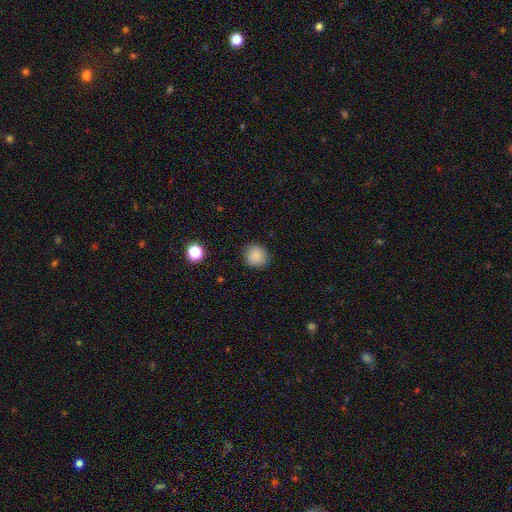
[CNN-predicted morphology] A smooth galaxy with no disk features (86%) that is round (88%).

Vote fractions:
- Smooth or featured? smooth: 86% / star or artifact: 10% / featured or disk: 4%
- How rounded? round: 88% / in between: 12% / cigar-shaped: 1%
- Merging? none: 88% / minor disturbance: 8% / major disturbance: 2% / merger: 1%